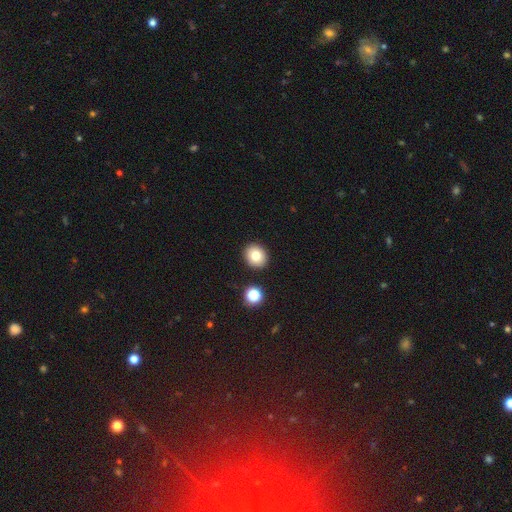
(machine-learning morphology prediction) A smooth galaxy with no disk features (78%) that is round (76%). Merging: none (89%).